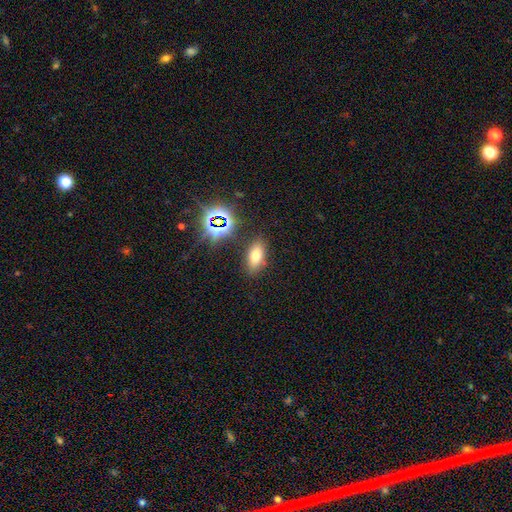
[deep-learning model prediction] smooth-or-featured: smooth: 66% | star or artifact: 21% | featured or disk: 13%
  how-rounded: in between: 82% | cigar-shaped: 9% | round: 8%
  merging: none: 84% | minor disturbance: 10% | major disturbance: 4% | merger: 3%